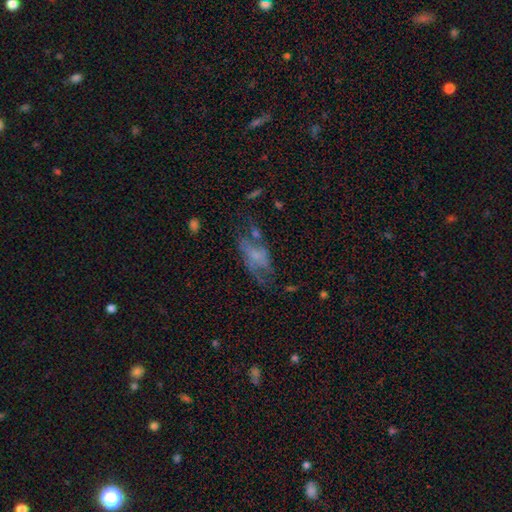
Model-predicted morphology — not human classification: This appears to be a featured or disk galaxy (50%). Merging: major disturbance (35%).